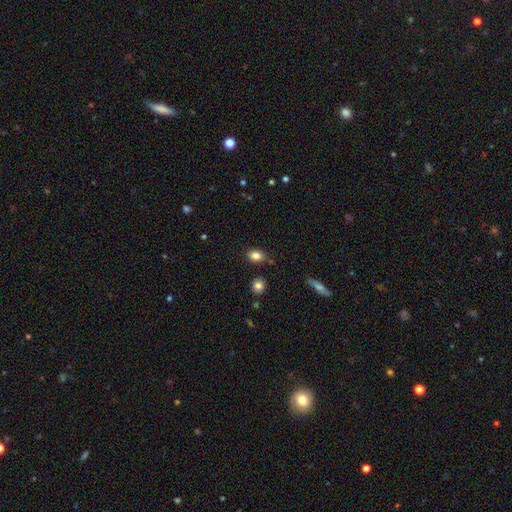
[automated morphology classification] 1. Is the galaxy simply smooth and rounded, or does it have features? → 84% smooth, 10% star or artifact, 6% featured or disk.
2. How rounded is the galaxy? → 72% in between, 26% round, 2% cigar-shaped.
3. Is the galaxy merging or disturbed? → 82% none, 11% minor disturbance, 4% merger, 3% major disturbance.